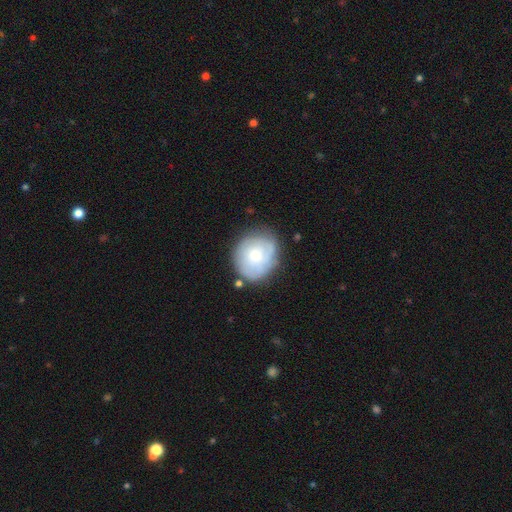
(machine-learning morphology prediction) The model was most divided on "smooth or featured": featured or disk: 51%, smooth: 42%, star or artifact: 7%. More confident: edge-on disk — no (97%); merging — none (70%).